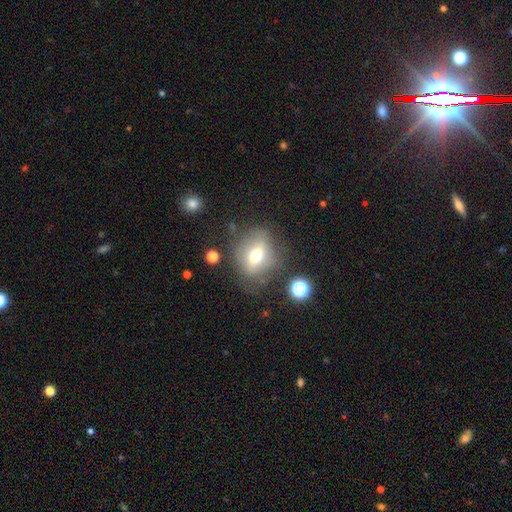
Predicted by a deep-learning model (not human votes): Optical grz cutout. It shows a smooth galaxy with no disk features (58%) that is round (57%). Merging: none (64%).